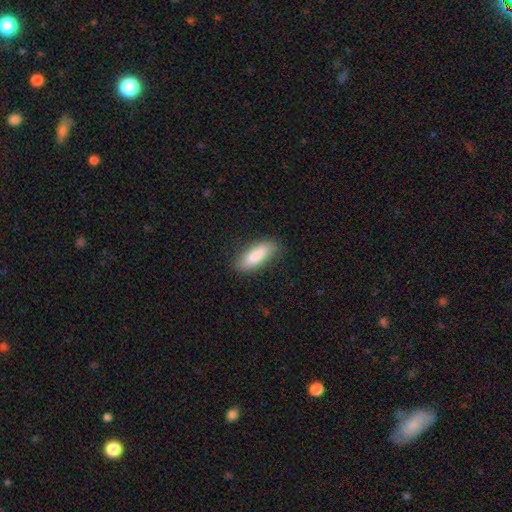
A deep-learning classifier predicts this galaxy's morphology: Smooth or featured?
  - smooth: 85% *
  - featured or disk: 9%
  - star or artifact: 6%
How rounded?
  - in between: 64% *
  - cigar-shaped: 34%
  - round: 2%
Merging?
  - none: 83% *
  - minor disturbance: 13%
  - major disturbance: 3%
  - merger: 1%